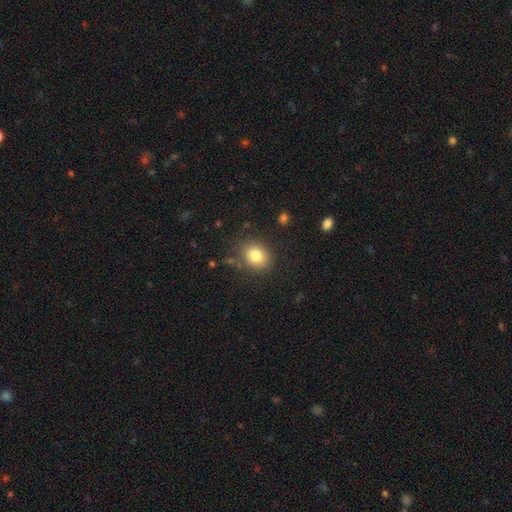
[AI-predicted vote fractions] The model was most divided on "how rounded": round: 58%, in between: 41%, cigar-shaped: 1%. More confident: merging — none (82%); smooth or featured — smooth (81%).